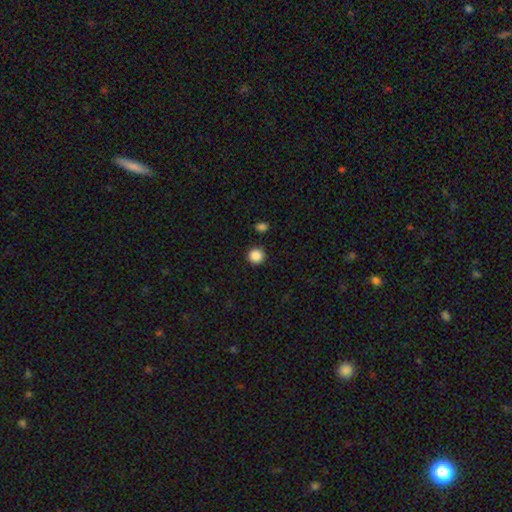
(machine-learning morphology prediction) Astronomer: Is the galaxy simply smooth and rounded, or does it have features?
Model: smooth — 87%.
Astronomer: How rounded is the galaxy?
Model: round — 93%.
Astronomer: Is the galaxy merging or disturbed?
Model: none — 89%.